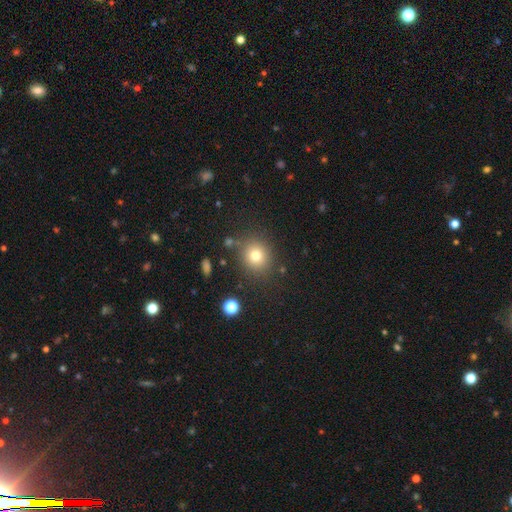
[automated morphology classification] The model was most divided on "smooth or featured": smooth: 76%, star or artifact: 15%, featured or disk: 9%. More confident: how rounded — round (85%); merging — none (83%).